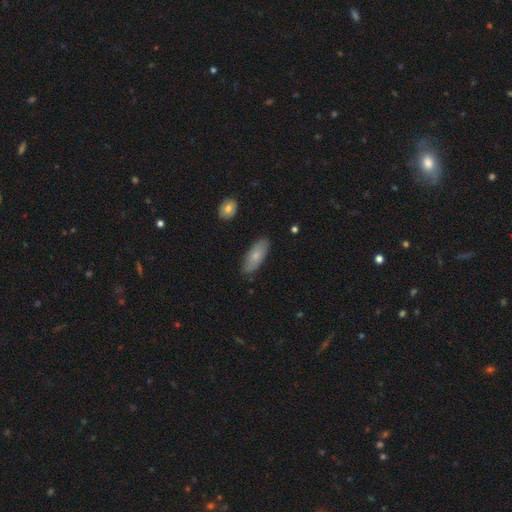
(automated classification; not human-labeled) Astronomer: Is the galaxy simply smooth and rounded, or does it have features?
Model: smooth — 72%.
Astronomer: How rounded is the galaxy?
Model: in between — 74%.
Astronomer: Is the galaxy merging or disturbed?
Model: none — 81%.